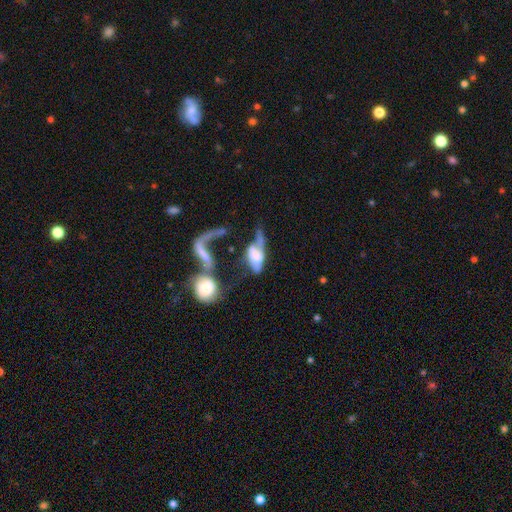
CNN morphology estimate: Smooth or featured?
  - featured or disk: 58% *
  - smooth: 34%
  - star or artifact: 8%
Edge-on disk?
  - no: 87% *
  - yes: 13%
Merging?
  - merger: 43% *
  - major disturbance: 35%
  - none: 12%
  - minor disturbance: 9%